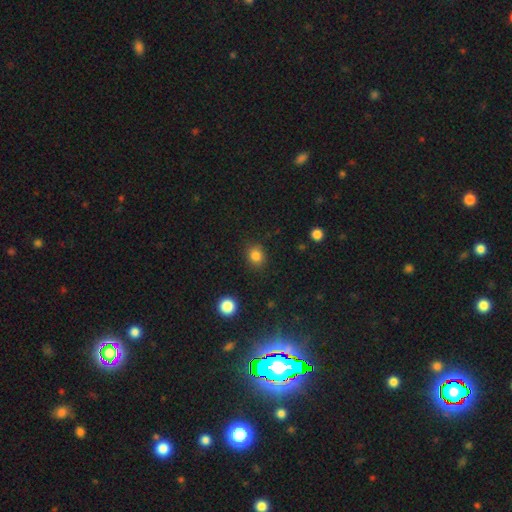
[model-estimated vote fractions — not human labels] Smooth or featured: smooth — 83% (star or artifact — 12%)
How rounded: round — 73% (in between — 26%)
Merging: none — 86% (minor disturbance — 10%)